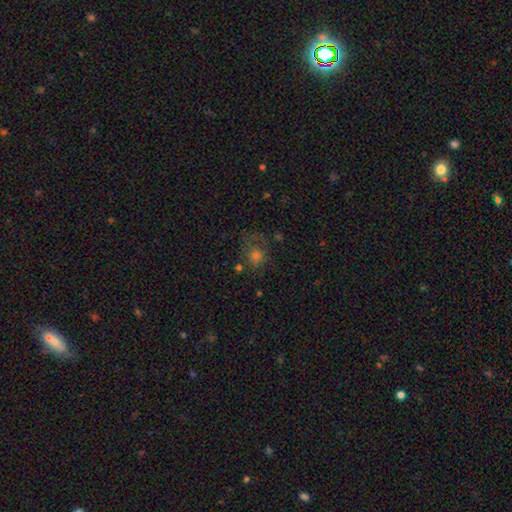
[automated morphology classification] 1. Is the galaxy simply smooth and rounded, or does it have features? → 50% smooth, 26% featured or disk, 24% star or artifact.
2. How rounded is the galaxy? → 72% round, 27% in between, 1% cigar-shaped.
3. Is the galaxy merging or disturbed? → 50% none, 25% major disturbance, 20% minor disturbance, 5% merger.